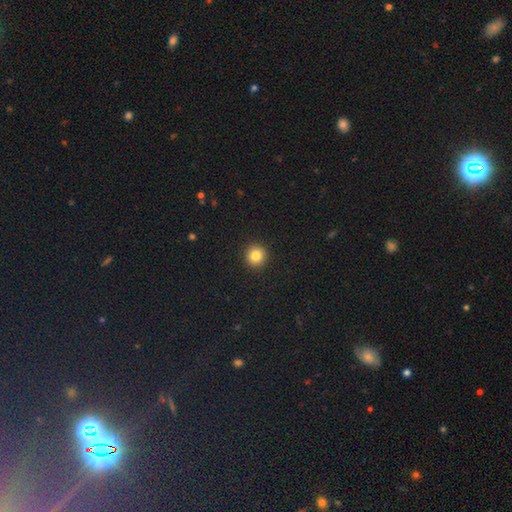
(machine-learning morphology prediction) Smooth or featured? Predicted: smooth (p=0.84). How rounded? Predicted: round (p=0.94). Merging? Predicted: none (p=0.93).